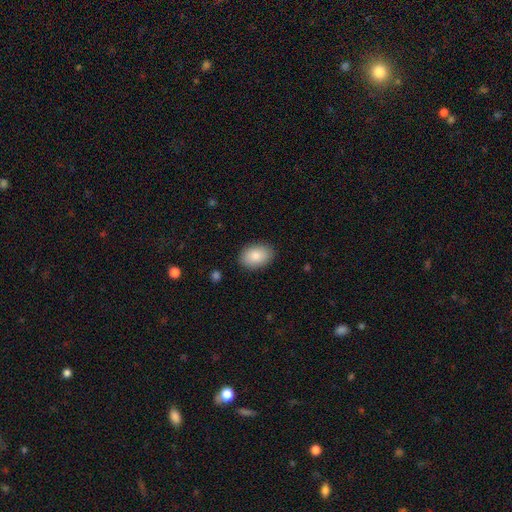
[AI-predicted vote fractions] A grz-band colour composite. It shows a smooth galaxy with no disk features (85%) that is in between round and cigar-shaped (85%). Merging: none (88%).